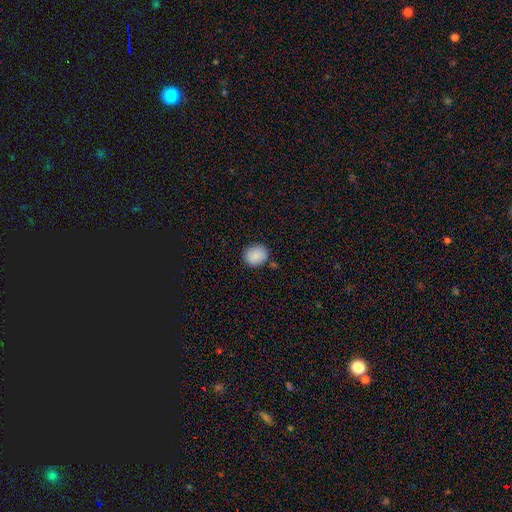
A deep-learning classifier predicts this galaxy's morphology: Overall: smooth (88%). How rounded: round (72%). Merging: none (80%).